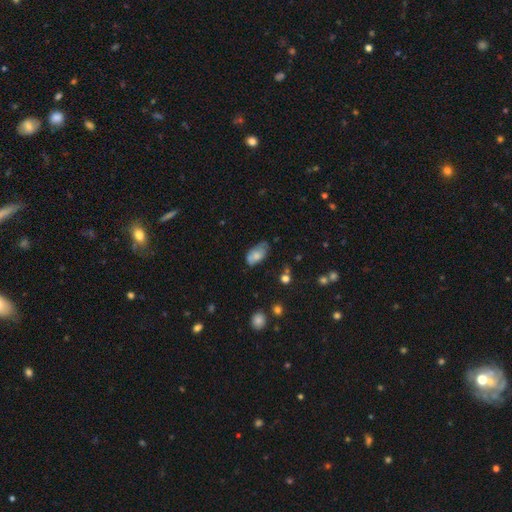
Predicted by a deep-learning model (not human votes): The model was most divided on "merging": none: 46%, minor disturbance: 36%, major disturbance: 12%, merger: 5%. More confident: how rounded — in between (92%); smooth or featured — smooth (66%).